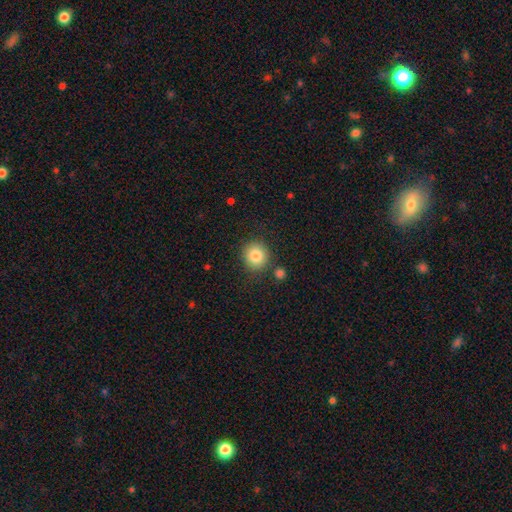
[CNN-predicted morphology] type=smooth (84%); roundness=round (89%); merging=none (83%).